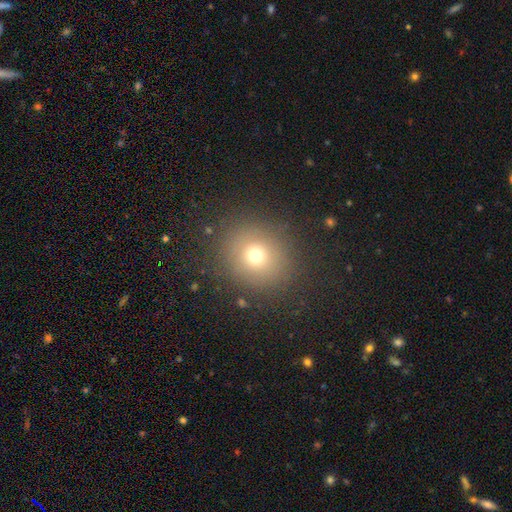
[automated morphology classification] smooth 70%, star or artifact 19%, featured or disk 11%. Down the decision tree: how rounded — round (88%); merging — none (86%).